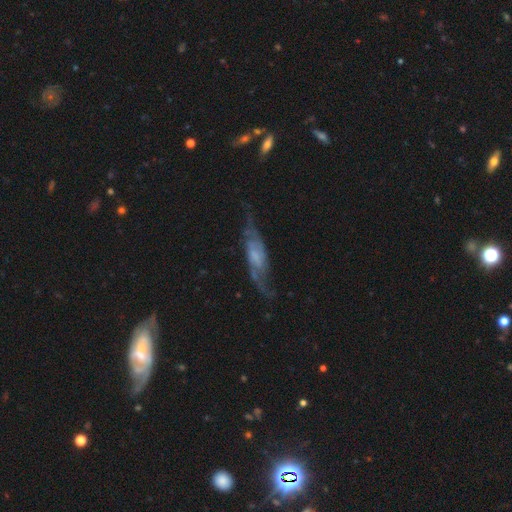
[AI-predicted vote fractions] A featured or disk galaxy (76%) with a weak bar (44%), 2 (80%) medium (41%, tied with loose) spiral arms (90%) and a small central bulge (35%).

Vote fractions:
- Smooth or featured? featured or disk: 76% / smooth: 17% / star or artifact: 7%
- Edge-on disk? no: 79% / yes: 21%
- Bar? weak: 44% / no: 41% / strong: 16%
- Spiral arms? yes: 90% / no: 10%
- Spiral winding? medium: 41% (tied) / loose: 41% (tied) / tight: 18%
- Spiral arm count? 2: 80% / can't tell: 12% / 3: 2% / 1: 2% / 4: 1% / more than 4: 1%
- Bulge size? small: 35% / none: 34% / moderate: 23% / large: 6% / dominant: 2%
- Merging? none: 61% / minor disturbance: 22% / major disturbance: 15% / merger: 2%